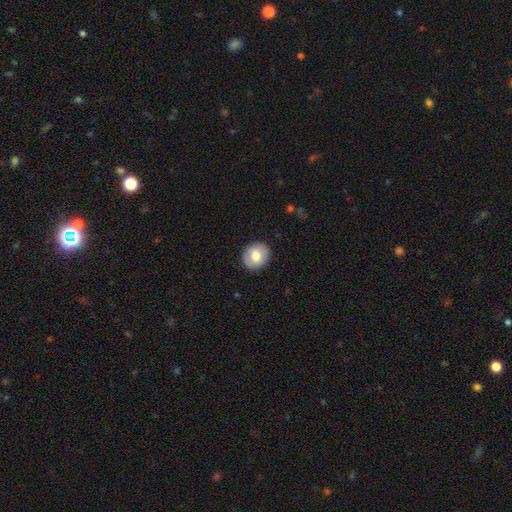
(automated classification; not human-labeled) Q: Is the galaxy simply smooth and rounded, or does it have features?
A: smooth — 78%.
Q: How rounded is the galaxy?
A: round — 68%.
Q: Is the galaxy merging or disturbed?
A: none — 90%.